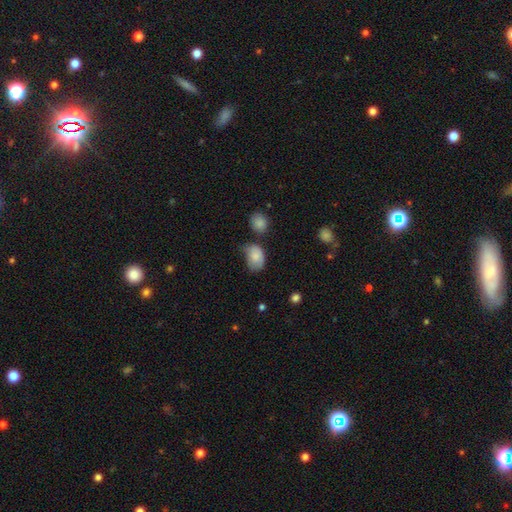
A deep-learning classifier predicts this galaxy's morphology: This is clearly a smooth galaxy (82%). How rounded: likely in between (78%). Merging: marginally minor disturbance (40%).